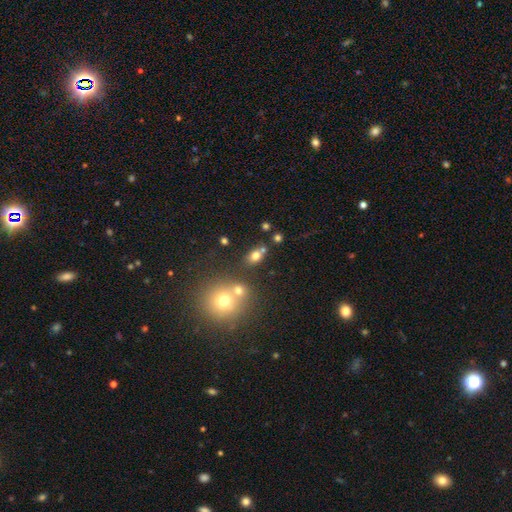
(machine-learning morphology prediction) Smooth or featured: smooth — 73% (star or artifact — 15%)
How rounded: in between — 66% (round — 32%)
Merging: none — 63% (merger — 21%)